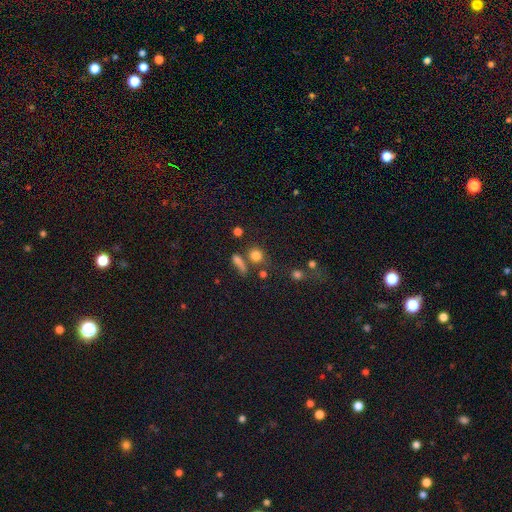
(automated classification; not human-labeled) Smooth or featured?
  - smooth: 78% *
  - star or artifact: 14%
  - featured or disk: 8%
How rounded?
  - round: 79% *
  - in between: 17%
  - cigar-shaped: 4%
Merging?
  - none: 62% *
  - merger: 19%
  - minor disturbance: 11%
  - major disturbance: 7%